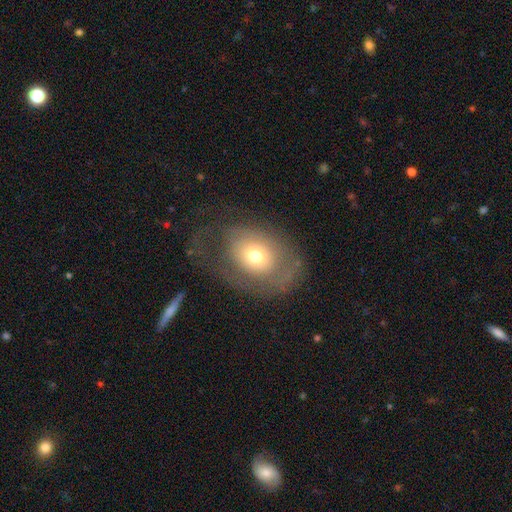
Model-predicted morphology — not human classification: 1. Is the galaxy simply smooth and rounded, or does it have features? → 56% smooth, 34% featured or disk, 10% star or artifact.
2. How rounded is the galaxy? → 65% in between, 34% round, 1% cigar-shaped.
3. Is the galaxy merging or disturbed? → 44% none, 33% major disturbance, 22% minor disturbance, 2% merger.